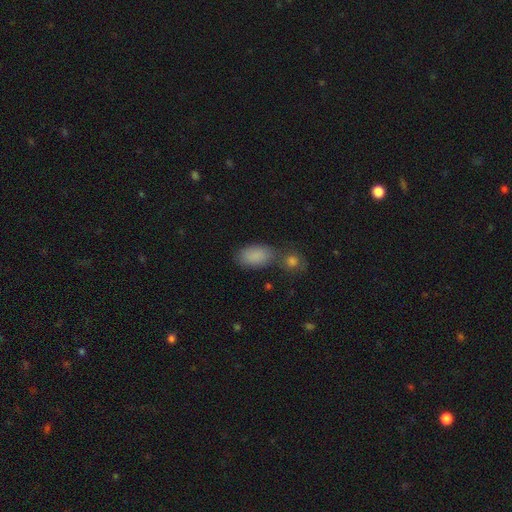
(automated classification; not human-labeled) Smooth or featured: smooth — 86% (star or artifact — 8%)
How rounded: in between — 92% (round — 6%)
Merging: none — 61% (merger — 19%)